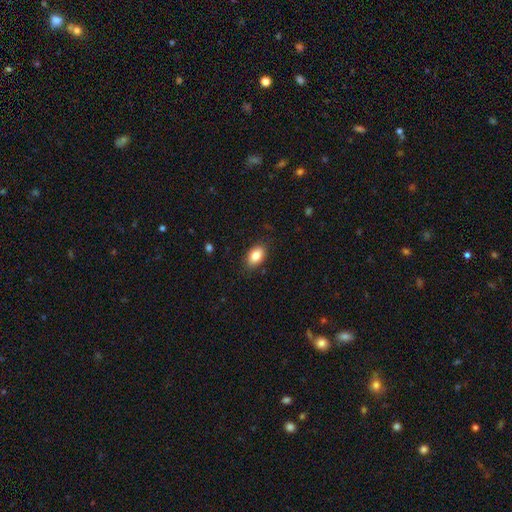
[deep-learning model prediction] Overall: smooth (84%). How rounded: in between (89%). Merging: none (85%).